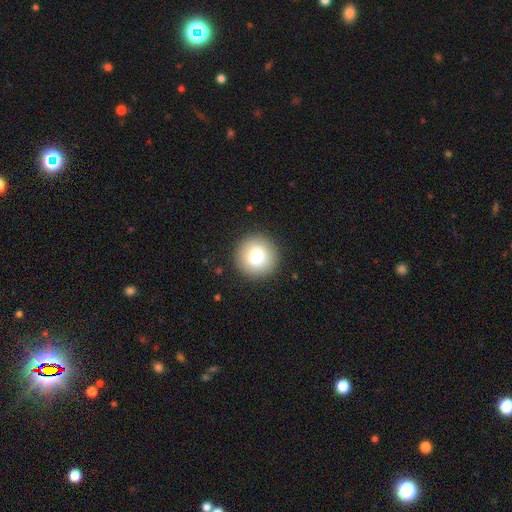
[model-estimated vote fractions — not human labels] This appears to be a smooth galaxy with no disk features (81%) that is round (94%). Merging: none (89%).